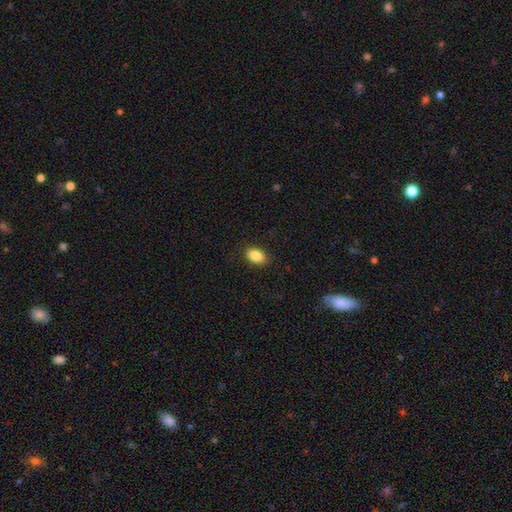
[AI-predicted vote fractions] Morphology: type=smooth (86%); roundness=in between (86%); merging=none (88%).